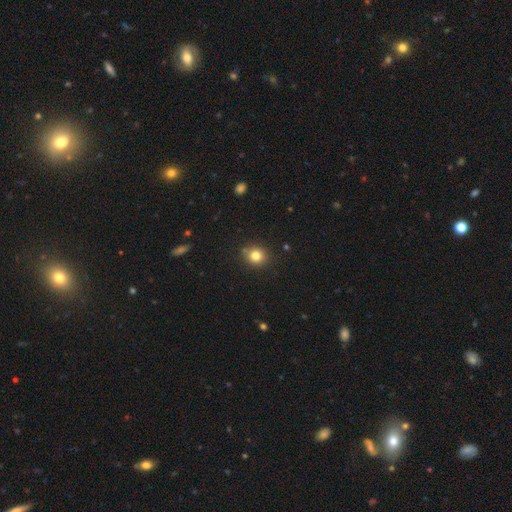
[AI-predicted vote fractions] This is clearly a smooth galaxy (80%). How rounded: clearly round (84%). Merging: clearly none (85%).